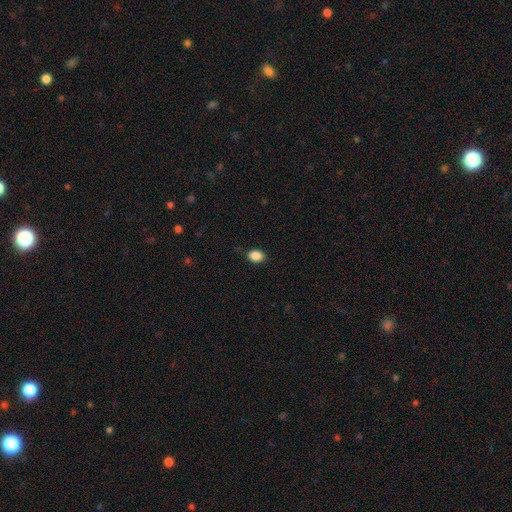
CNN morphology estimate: A smooth galaxy with no disk features (88%) that is in between round and cigar-shaped (60%).

Vote fractions:
- Smooth or featured? smooth: 88% / star or artifact: 9% / featured or disk: 3%
- How rounded? in between: 60% / round: 39% / cigar-shaped: 1%
- Merging? none: 81% / minor disturbance: 15% / major disturbance: 3% / merger: 1%